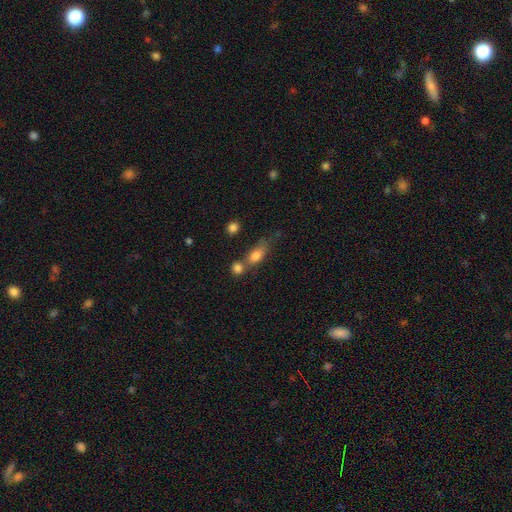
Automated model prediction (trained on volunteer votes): This is likely a smooth galaxy (79%). How rounded: likely in between (72%). Merging: marginally merger (41%).